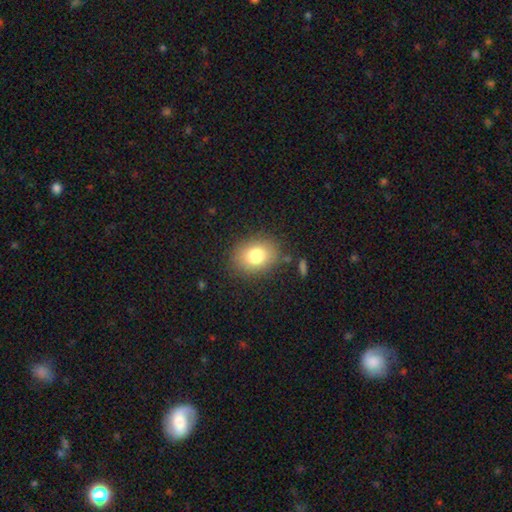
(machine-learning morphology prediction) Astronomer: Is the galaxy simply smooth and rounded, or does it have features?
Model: smooth — 80%.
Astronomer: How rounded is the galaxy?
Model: in between — 53% (runner-up: round, 46%).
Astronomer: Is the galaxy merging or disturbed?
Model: none — 84%.